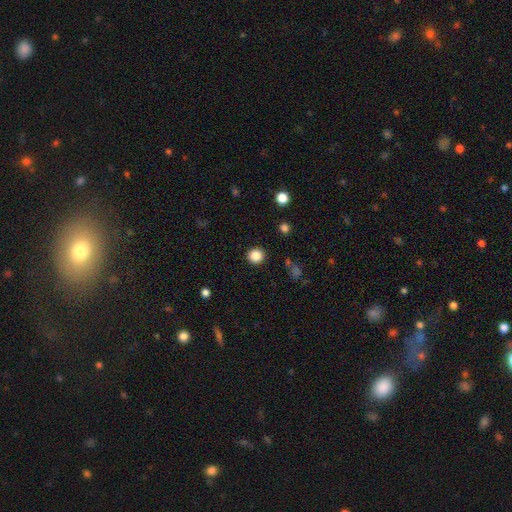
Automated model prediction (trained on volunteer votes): smooth 86%, star or artifact 11%, featured or disk 3%. Down the decision tree: how rounded — round (93%); merging — none (91%).